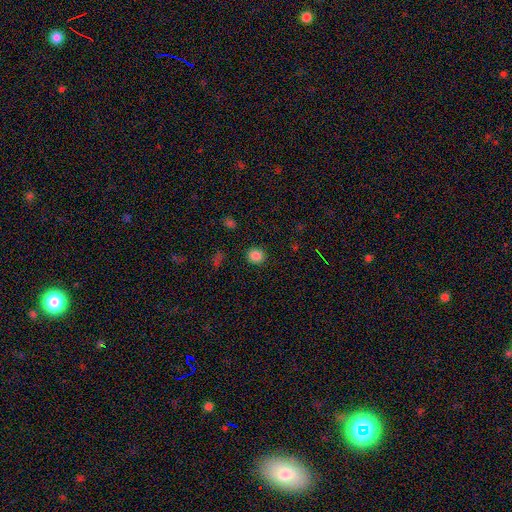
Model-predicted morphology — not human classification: smooth 85%, star or artifact 12%, featured or disk 4%. Down the decision tree: how rounded — round (87%); merging — none (90%).